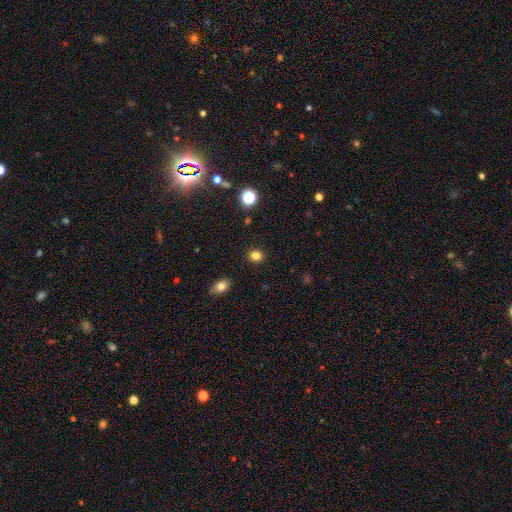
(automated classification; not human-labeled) Smooth or featured: smooth — 83% (star or artifact — 12%)
How rounded: round — 61% (in between — 38%)
Merging: none — 89% (minor disturbance — 7%)